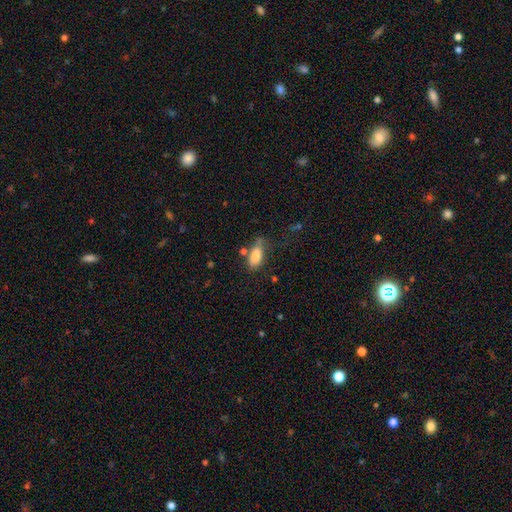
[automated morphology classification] Smooth or featured?
  - smooth: 82% *
  - featured or disk: 10%
  - star or artifact: 8%
How rounded?
  - in between: 87% *
  - cigar-shaped: 9%
  - round: 4%
Merging?
  - none: 52% *
  - minor disturbance: 25%
  - major disturbance: 11%
  - merger: 11%